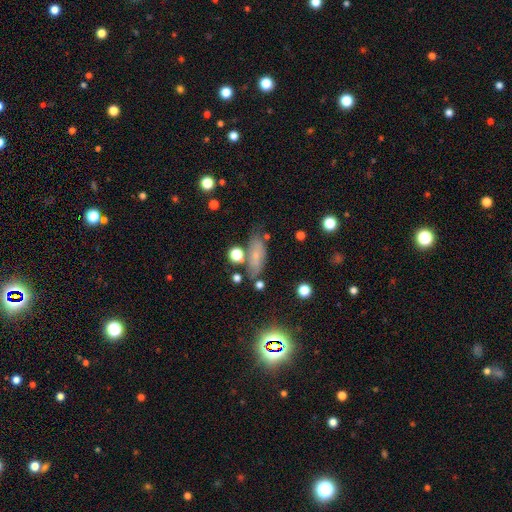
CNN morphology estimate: Smooth or featured? smooth (65%)
How rounded? in between (66%)
Merging? none (66%)